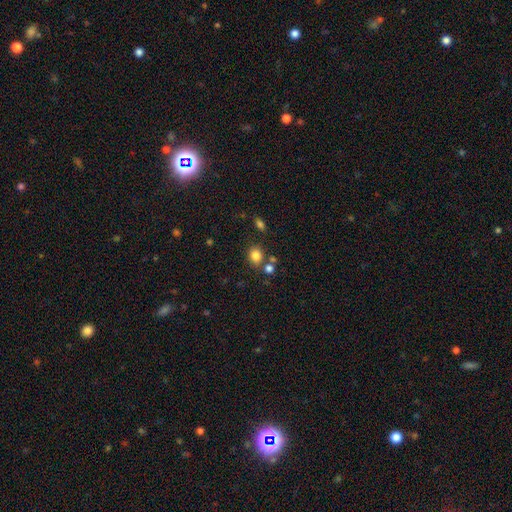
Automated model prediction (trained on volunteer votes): smooth 82%, star or artifact 12%, featured or disk 6%. Down the decision tree: how rounded — round (63%); merging — none (73%).